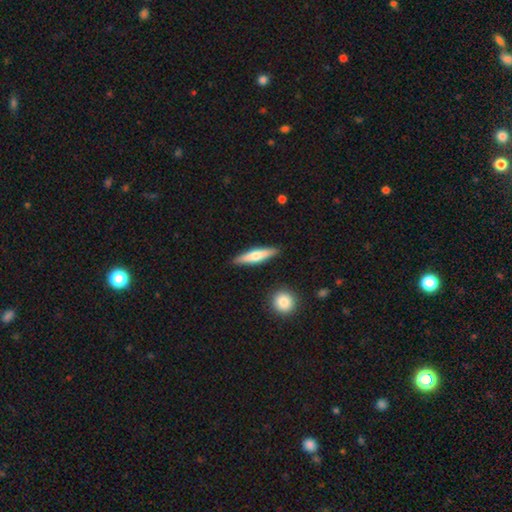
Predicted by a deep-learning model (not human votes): Q: Smooth or featured?
A: smooth (54%); runner-up: featured or disk (40%)
Q: How rounded?
A: cigar-shaped (81%); runner-up: in between (17%)
Q: Merging?
A: none (88%); runner-up: minor disturbance (8%)